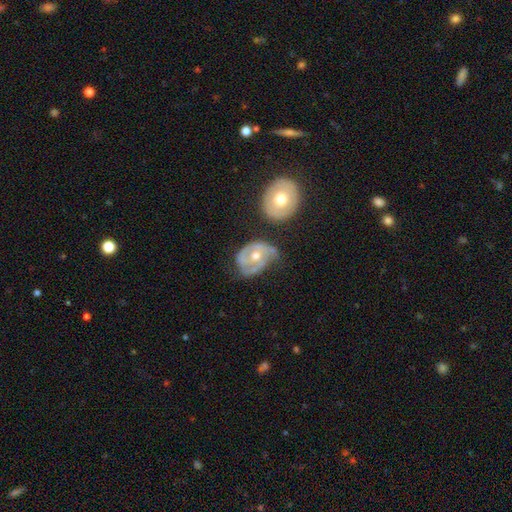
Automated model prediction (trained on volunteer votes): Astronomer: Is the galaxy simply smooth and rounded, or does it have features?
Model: featured or disk — 72%.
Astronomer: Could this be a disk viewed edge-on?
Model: no — 97%.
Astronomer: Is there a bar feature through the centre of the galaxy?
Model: no — 75%.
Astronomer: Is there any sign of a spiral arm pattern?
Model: yes — 73%.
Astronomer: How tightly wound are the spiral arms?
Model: tight — 49% (runner-up: medium, 34%).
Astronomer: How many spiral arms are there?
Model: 2 — 41% (runner-up: can't tell, 25%).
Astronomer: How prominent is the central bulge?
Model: moderate — 68%.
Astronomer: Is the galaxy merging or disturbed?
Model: none — 35% (runner-up: minor disturbance, 29%).